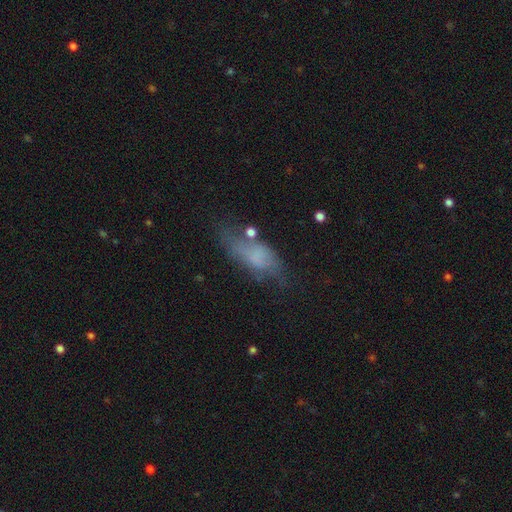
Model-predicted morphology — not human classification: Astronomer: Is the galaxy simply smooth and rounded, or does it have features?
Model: smooth — 55% (runner-up: featured or disk, 33%).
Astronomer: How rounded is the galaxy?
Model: in between — 78%.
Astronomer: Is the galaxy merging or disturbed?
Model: none — 37% (runner-up: minor disturbance, 29%).